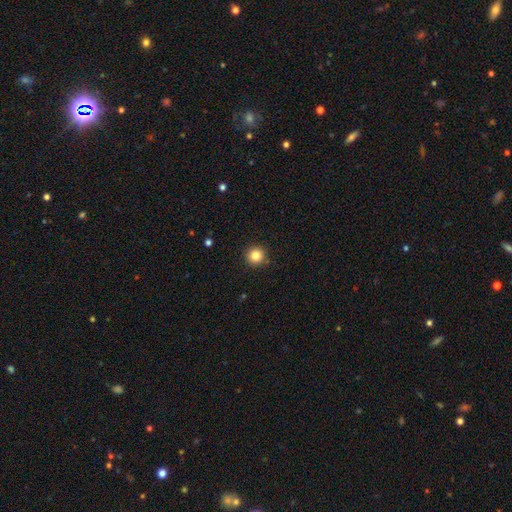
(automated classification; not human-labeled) smooth_or_featured: smooth (p=0.83) [alt: star or artifact p=0.11]
how_rounded: round (p=0.95) [alt: in between p=0.04]
merging: none (p=0.92) [alt: minor disturbance p=0.05]